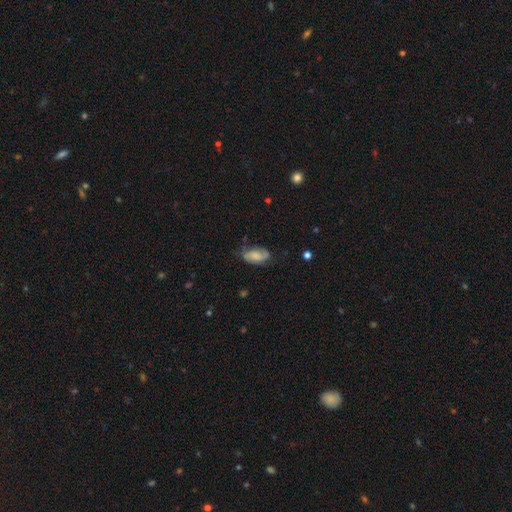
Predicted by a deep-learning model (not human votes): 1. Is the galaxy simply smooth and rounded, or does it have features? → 54% smooth, 37% featured or disk, 8% star or artifact.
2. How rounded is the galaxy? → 92% in between, 5% round, 4% cigar-shaped.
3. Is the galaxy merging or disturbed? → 58% none, 29% minor disturbance, 11% major disturbance, 2% merger.